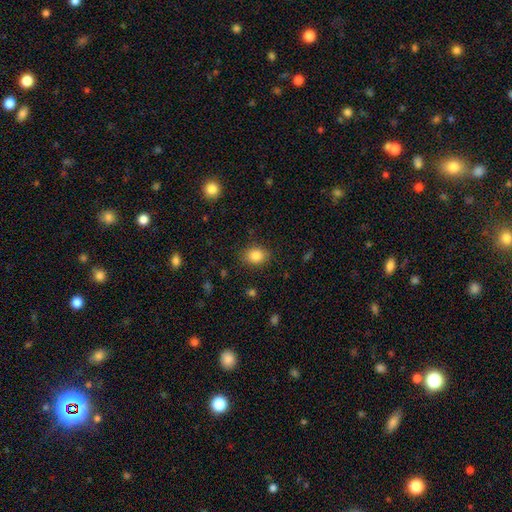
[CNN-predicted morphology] Smooth or featured? smooth (85%)
How rounded? in between (61%)
Merging? none (84%)